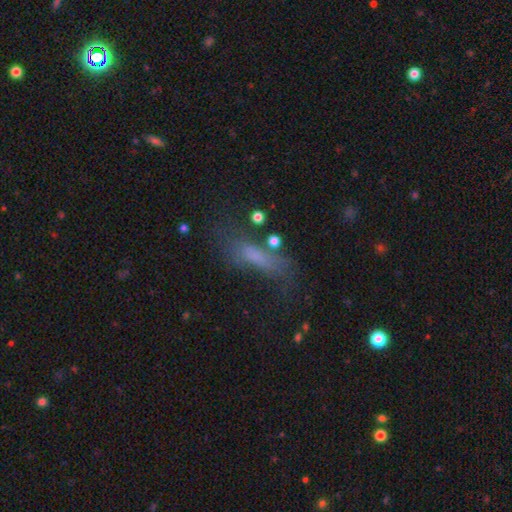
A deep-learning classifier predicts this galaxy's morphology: Smooth or featured? Predicted: smooth (p=0.59). How rounded? Predicted: cigar-shaped (p=0.54). Merging? Predicted: none (p=0.46).